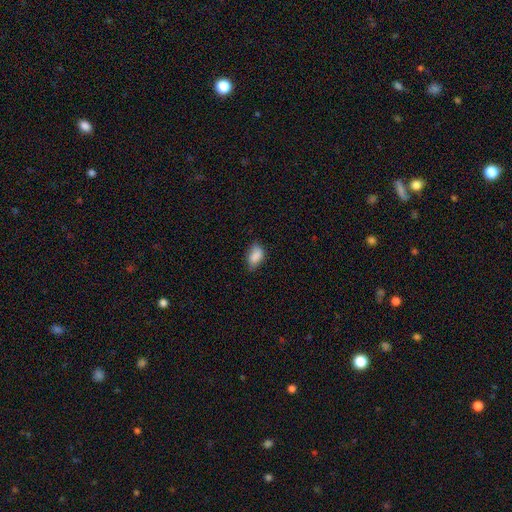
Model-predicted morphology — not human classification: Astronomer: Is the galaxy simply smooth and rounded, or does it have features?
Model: smooth — 85%.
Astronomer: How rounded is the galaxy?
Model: in between — 89%.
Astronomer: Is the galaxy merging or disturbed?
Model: none — 57% (runner-up: minor disturbance, 34%).